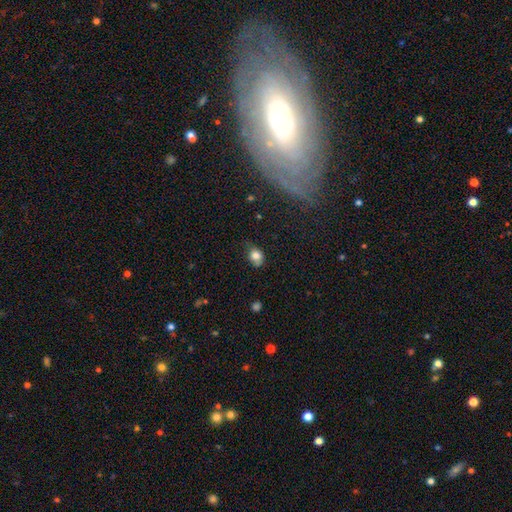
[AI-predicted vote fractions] smooth 78%, featured or disk 12%, star or artifact 10%. Down the decision tree: how rounded — in between (56%); merging — none (45%).